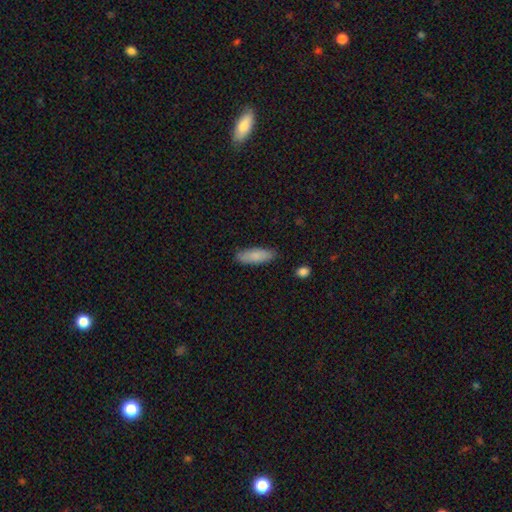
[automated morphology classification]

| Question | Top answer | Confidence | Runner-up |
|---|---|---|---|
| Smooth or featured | smooth | 85% | featured or disk (9%) |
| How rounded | in between | 57% | cigar-shaped (41%) |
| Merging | none | 85% | minor disturbance (11%) |